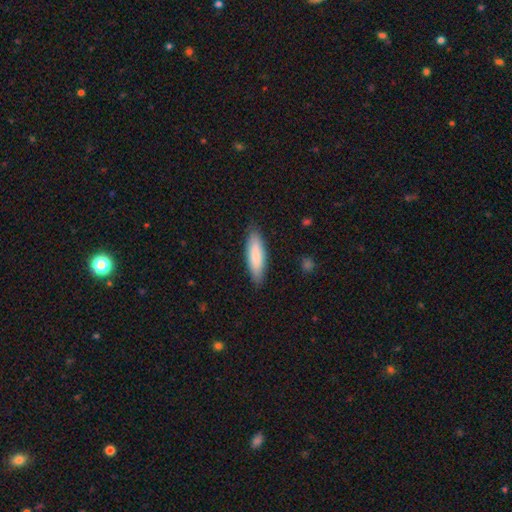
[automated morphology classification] Smooth or featured? smooth (84%)
How rounded? cigar-shaped (59%)
Merging? none (86%)